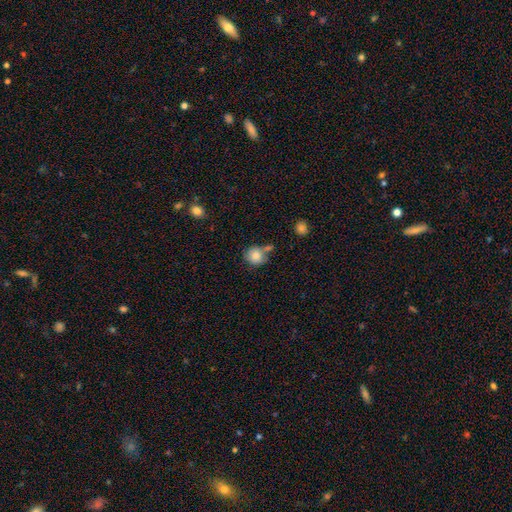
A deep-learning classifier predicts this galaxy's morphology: smooth-or-featured: smooth: 83% | star or artifact: 9% | featured or disk: 8%
  how-rounded: round: 86% | in between: 13% | cigar-shaped: 1%
  merging: none: 59% | merger: 20% | minor disturbance: 17% | major disturbance: 5%